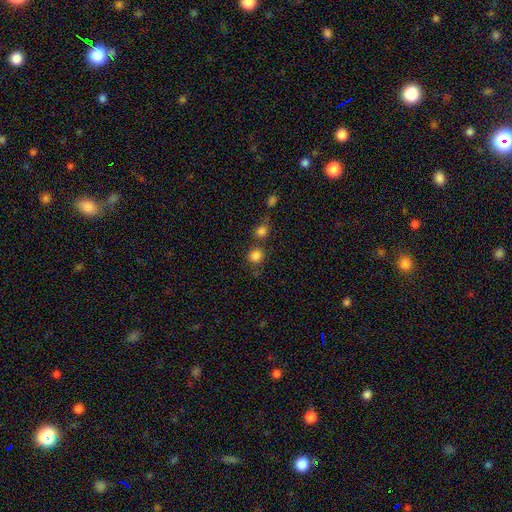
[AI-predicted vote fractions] Q: Smooth or featured?
A: smooth (82%); runner-up: star or artifact (13%)
Q: How rounded?
A: round (86%); runner-up: in between (13%)
Q: Merging?
A: none (69%); runner-up: merger (18%)